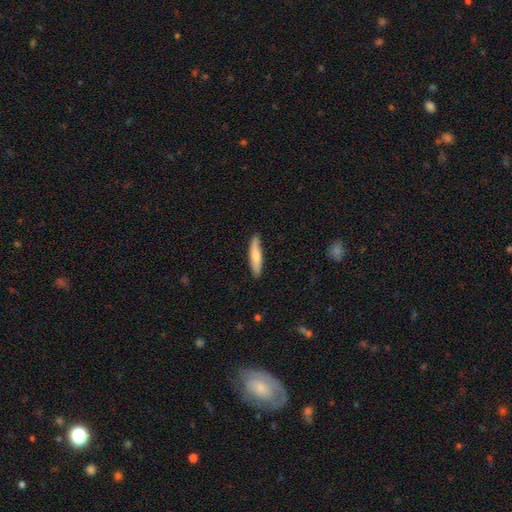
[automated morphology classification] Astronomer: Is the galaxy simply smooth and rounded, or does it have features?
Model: smooth — 72%.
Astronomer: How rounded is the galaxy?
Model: cigar-shaped — 85%.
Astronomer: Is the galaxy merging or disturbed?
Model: none — 87%.